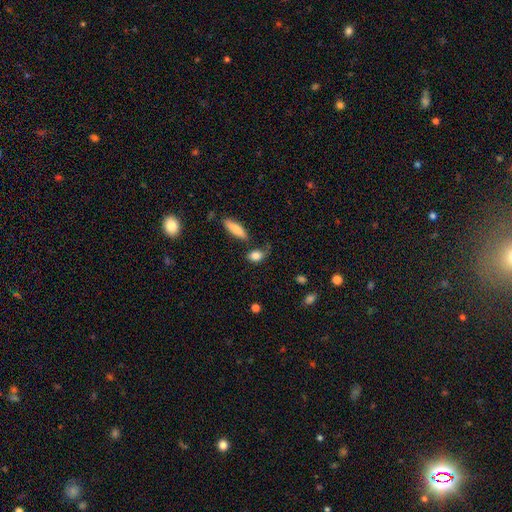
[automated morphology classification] Overall: smooth (82%). How rounded: in between (71%). Merging: none (52%; minor disturbance 27%).